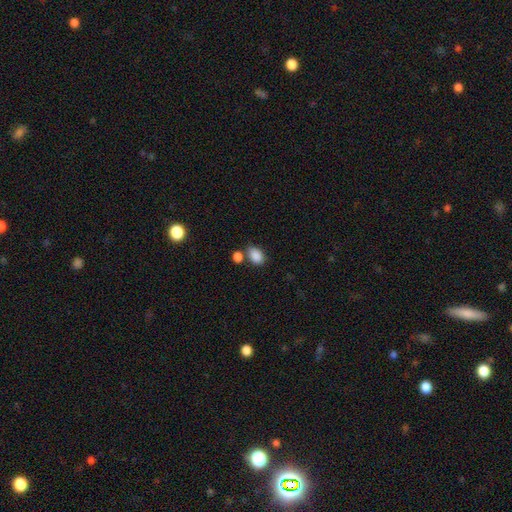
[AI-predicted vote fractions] smooth-or-featured: smooth: 87% | star or artifact: 8% | featured or disk: 4%
  how-rounded: in between: 81% | round: 17% | cigar-shaped: 1%
  merging: none: 61% | merger: 21% | minor disturbance: 14% | major disturbance: 4%